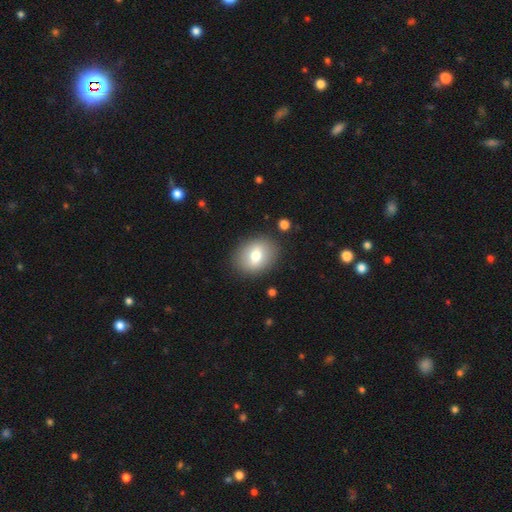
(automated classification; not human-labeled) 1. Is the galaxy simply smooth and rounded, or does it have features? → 72% smooth, 20% featured or disk, 8% star or artifact.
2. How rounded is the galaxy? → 61% in between, 38% round, 1% cigar-shaped.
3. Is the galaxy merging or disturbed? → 86% none, 9% minor disturbance, 3% major disturbance, 2% merger.